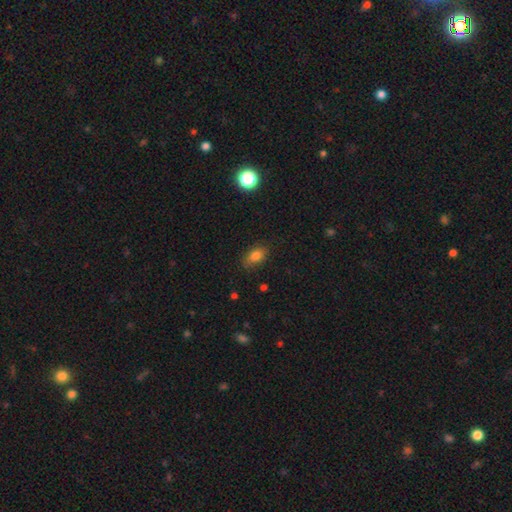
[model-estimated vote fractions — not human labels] Smooth or featured? smooth (82%)
How rounded? in between (86%)
Merging? none (78%)